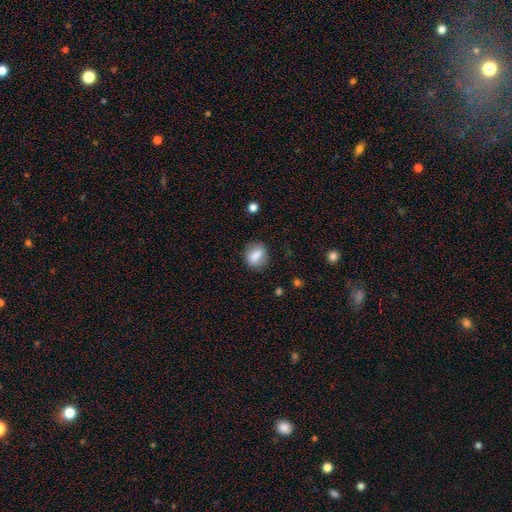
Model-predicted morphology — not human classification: The model was most divided on "how rounded": in between: 56%, round: 40%, cigar-shaped: 4%. More confident: merging — none (79%); smooth or featured — smooth (77%).